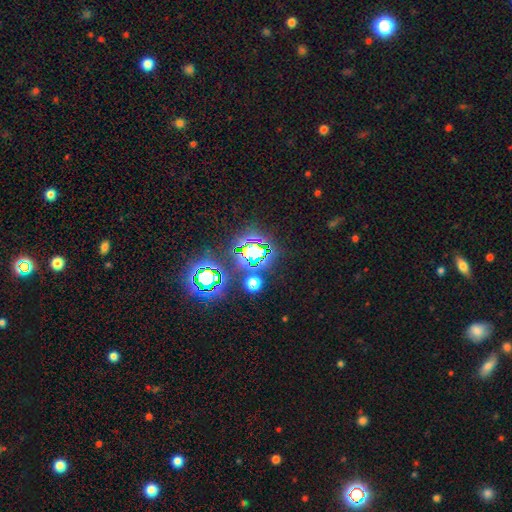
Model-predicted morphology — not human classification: A star or artifact, not a galaxy (68%).